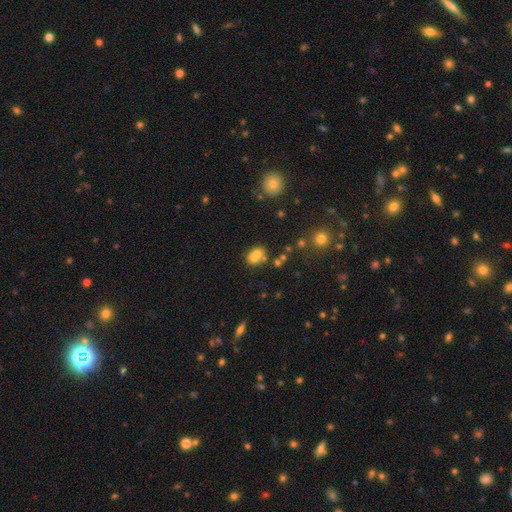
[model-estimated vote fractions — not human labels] The model was most divided on "merging": merger: 48%, none: 37%, minor disturbance: 11%, major disturbance: 4%. More confident: smooth or featured — smooth (70%); how rounded — in between (60%).